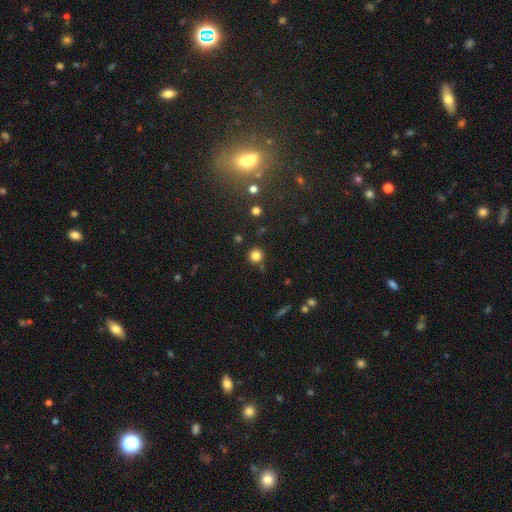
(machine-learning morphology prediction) This appears to be a smooth galaxy with no disk features (81%) that is round (94%). Merging: none (84%).